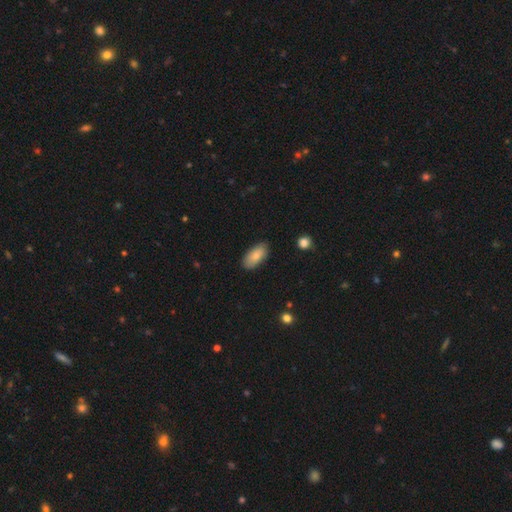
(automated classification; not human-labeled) Smooth or featured: smooth — 80% (featured or disk — 13%)
How rounded: in between — 92% (cigar-shaped — 6%)
Merging: none — 83% (minor disturbance — 13%)